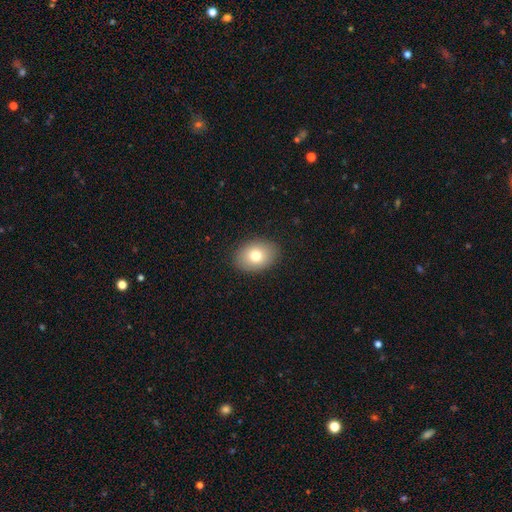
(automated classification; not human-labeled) Smooth or featured? smooth (78%)
How rounded? in between (72%)
Merging? none (89%)